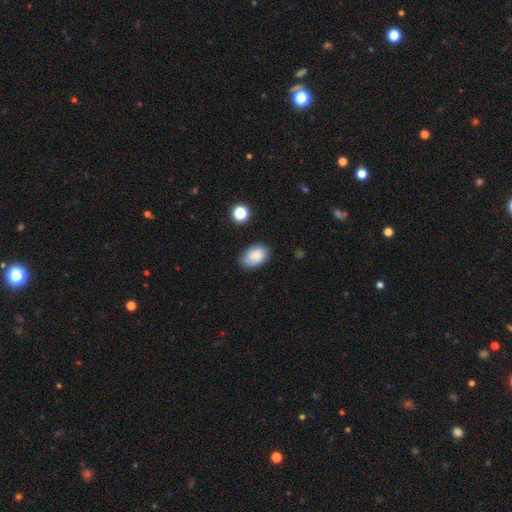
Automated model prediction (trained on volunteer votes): smooth_or_featured: smooth (p=0.78) [alt: featured or disk p=0.14]
how_rounded: in between (p=0.85) [alt: round p=0.13]
merging: none (p=0.72) [alt: minor disturbance p=0.21]